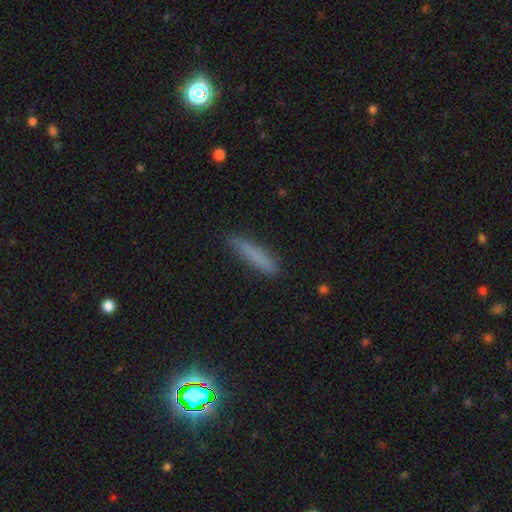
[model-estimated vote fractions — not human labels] smooth_or_featured: smooth (p=0.77) [alt: featured or disk p=0.14]
how_rounded: cigar-shaped (p=0.91) [alt: in between p=0.08]
merging: none (p=0.84) [alt: minor disturbance p=0.12]